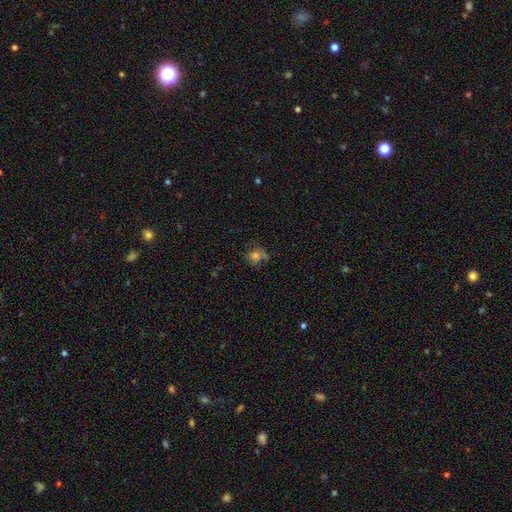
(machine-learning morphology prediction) Smooth or featured?
  - smooth: 63% *
  - featured or disk: 19%
  - star or artifact: 18%
How rounded?
  - round: 65% *
  - in between: 33%
  - cigar-shaped: 1%
Merging?
  - none: 52% *
  - minor disturbance: 23%
  - major disturbance: 14%
  - merger: 11%